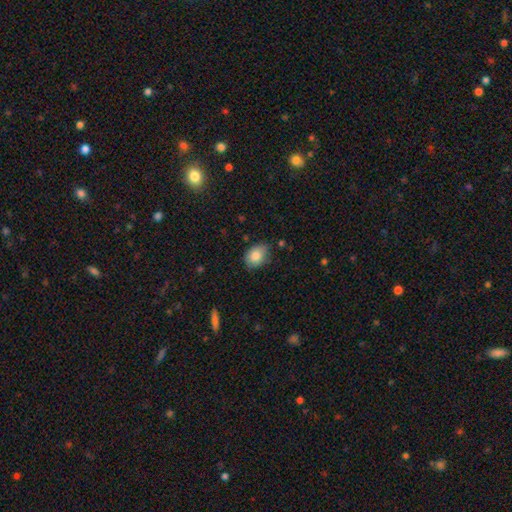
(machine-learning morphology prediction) The model was most divided on "merging": none: 71%, minor disturbance: 23%, major disturbance: 4%, merger: 2%. More confident: smooth or featured — smooth (83%); how rounded — in between (75%).